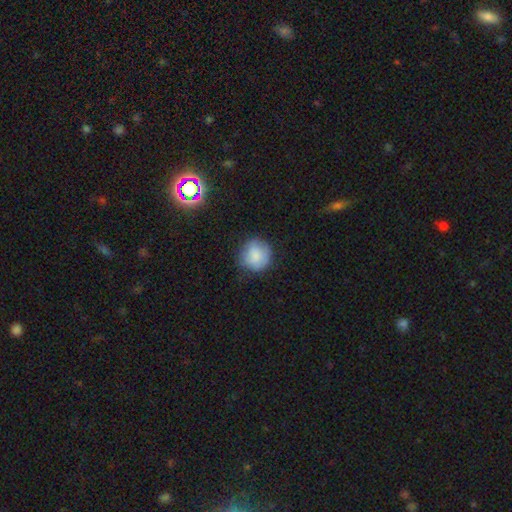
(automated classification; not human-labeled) This is clearly a smooth galaxy (82%). How rounded: clearly round (92%). Merging: likely none (76%).